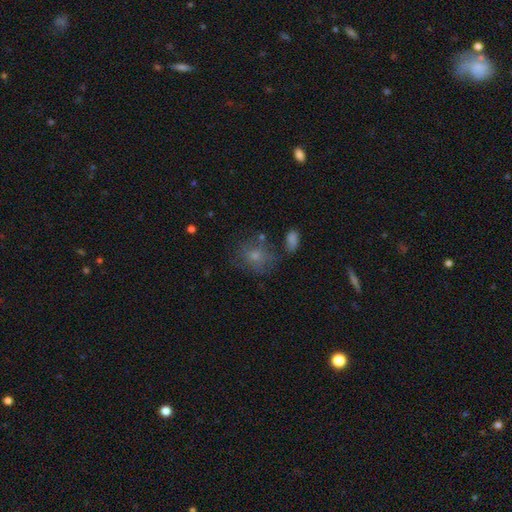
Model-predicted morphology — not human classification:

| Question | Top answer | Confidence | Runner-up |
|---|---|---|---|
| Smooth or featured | smooth | 62% | featured or disk (24%) |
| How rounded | round | 64% | in between (35%) |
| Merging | none | 56% | minor disturbance (22%) |